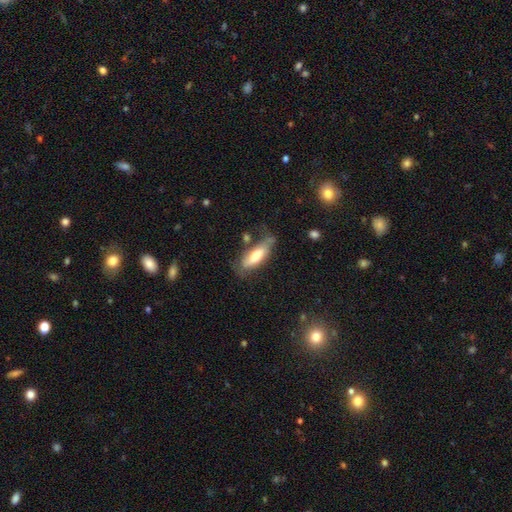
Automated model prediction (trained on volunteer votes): Smooth or featured: smooth — 62% (featured or disk — 31%)
How rounded: in between — 61% (cigar-shaped — 37%)
Merging: none — 56% (minor disturbance — 27%)